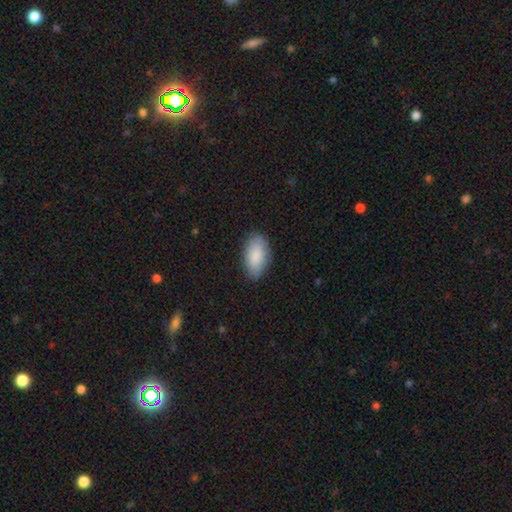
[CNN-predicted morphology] A smooth galaxy with no disk features (88%) that is in between round and cigar-shaped (94%).

Vote fractions:
- Smooth or featured? smooth: 88% / featured or disk: 6% / star or artifact: 6%
- How rounded? in between: 94% / round: 3% / cigar-shaped: 3%
- Merging? none: 86% / minor disturbance: 11% / major disturbance: 2% / merger: 1%